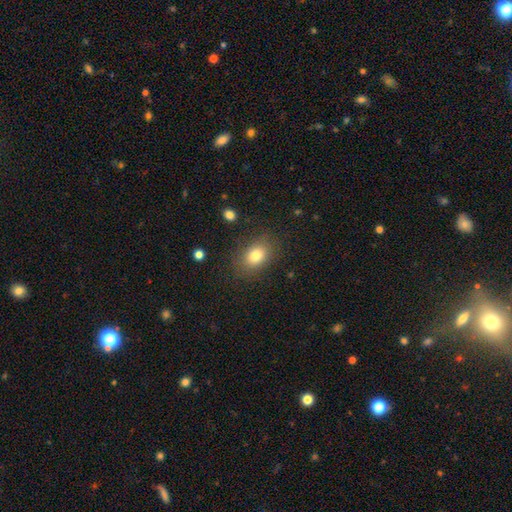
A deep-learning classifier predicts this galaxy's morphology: smooth 80%, featured or disk 10%, star or artifact 10%. Down the decision tree: how rounded — in between (74%); merging — none (82%).